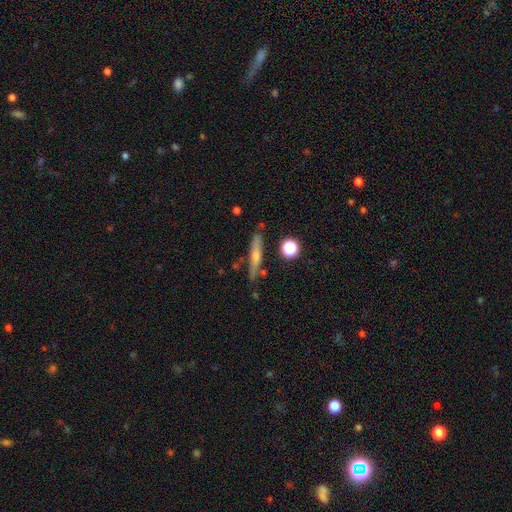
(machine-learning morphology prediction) A featured or disk galaxy (63%) viewed edge-on (92%) with a rounded central bulge (76%).

Vote fractions:
- Smooth or featured? featured or disk: 63% / smooth: 27% / star or artifact: 11%
- Edge-on disk? yes: 92% / no: 8%
- Edge-on bulge? rounded: 76% / none: 19% / boxy: 5%
- Merging? none: 82% / minor disturbance: 11% / merger: 3% / major disturbance: 3%